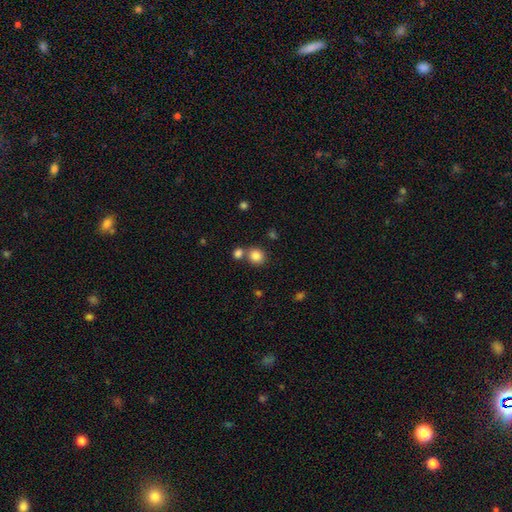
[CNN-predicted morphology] smooth 84%, star or artifact 10%, featured or disk 6%. Down the decision tree: how rounded — round (82%); merging — none (64%).